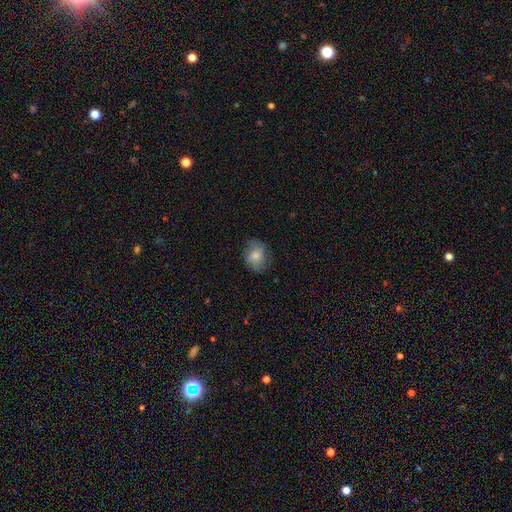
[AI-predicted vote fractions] Smooth or featured?
  - smooth: 74% *
  - featured or disk: 18%
  - star or artifact: 8%
How rounded?
  - round: 52% *
  - in between: 47%
  - cigar-shaped: 1%
Merging?
  - none: 75% *
  - minor disturbance: 18%
  - major disturbance: 5%
  - merger: 1%